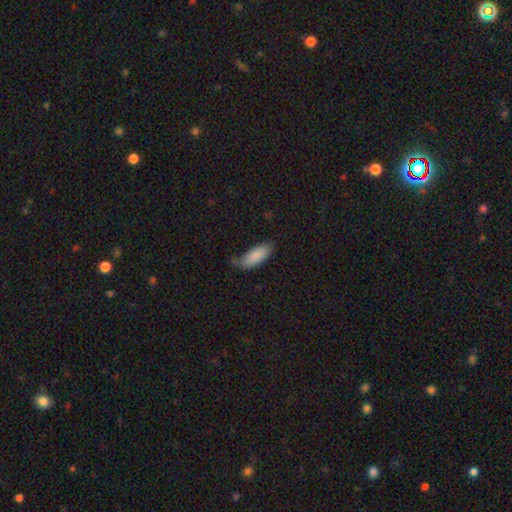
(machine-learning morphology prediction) Overall: smooth (87%). How rounded: in between (80%). Merging: none (61%; minor disturbance 30%).